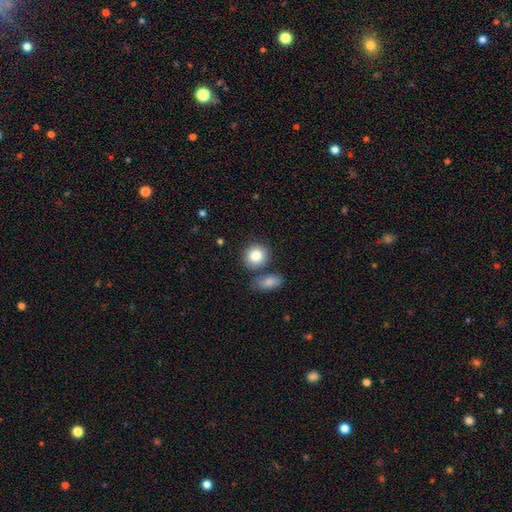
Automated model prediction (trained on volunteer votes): Smooth or featured? smooth (84%)
How rounded? round (80%)
Merging? none (70%)